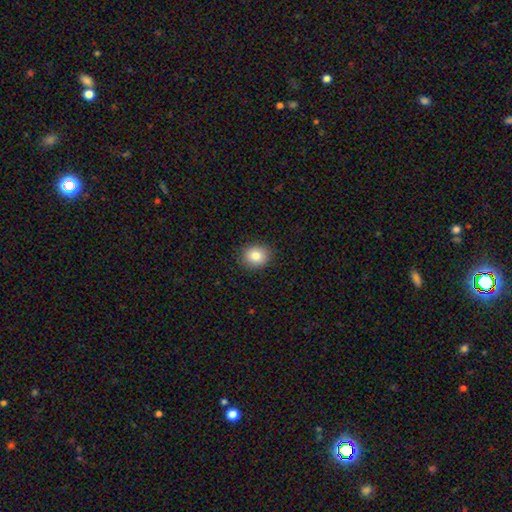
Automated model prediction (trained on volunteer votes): Morphology: type=smooth (83%); roundness=round (72%); merging=none (90%).